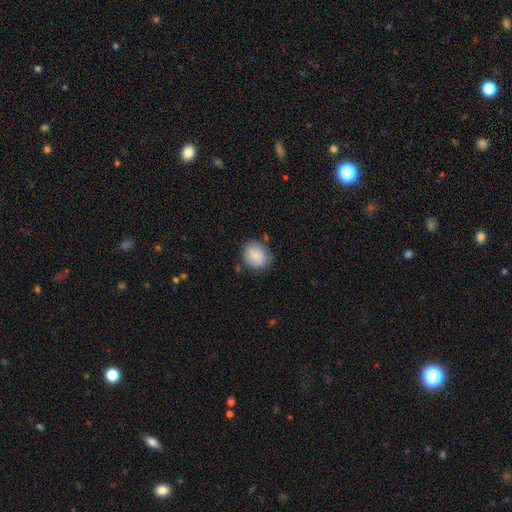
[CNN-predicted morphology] Smooth or featured? smooth (84%)
How rounded? round (60%)
Merging? none (72%)